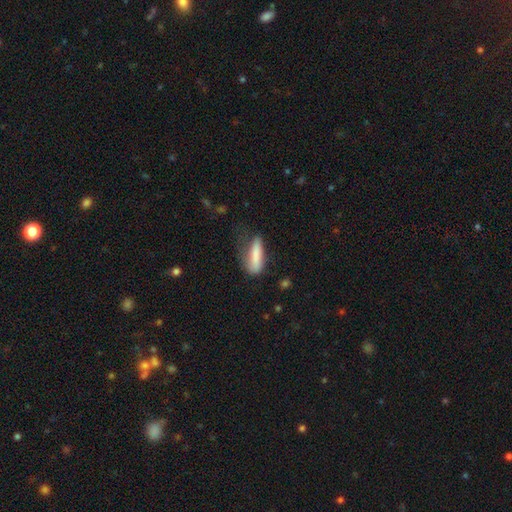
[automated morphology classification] The model was most divided on "merging": none: 41%, minor disturbance: 32%, major disturbance: 24%, merger: 3%. More confident: smooth or featured — smooth (79%); how rounded — cigar-shaped (61%).